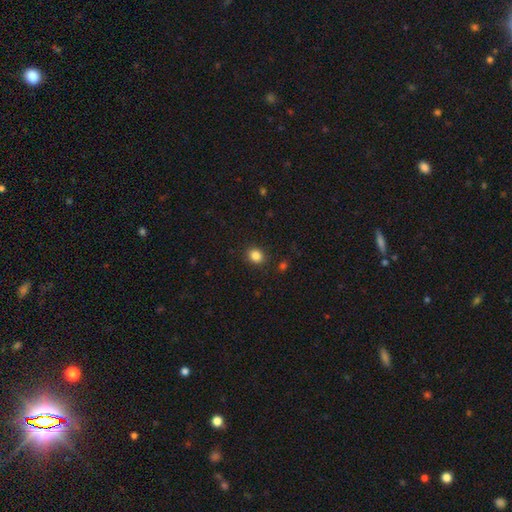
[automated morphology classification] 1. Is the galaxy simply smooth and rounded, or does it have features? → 85% smooth, 11% star or artifact, 4% featured or disk.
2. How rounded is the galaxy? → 67% round, 32% in between, 1% cigar-shaped.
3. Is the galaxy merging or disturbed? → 89% none, 7% minor disturbance, 2% major disturbance, 1% merger.